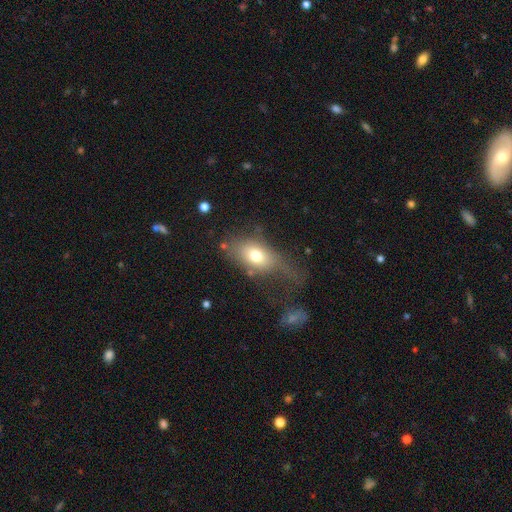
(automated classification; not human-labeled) Morphology: type=smooth (70%); roundness=in between (83%); merging=none (35%, tied with major disturbance).